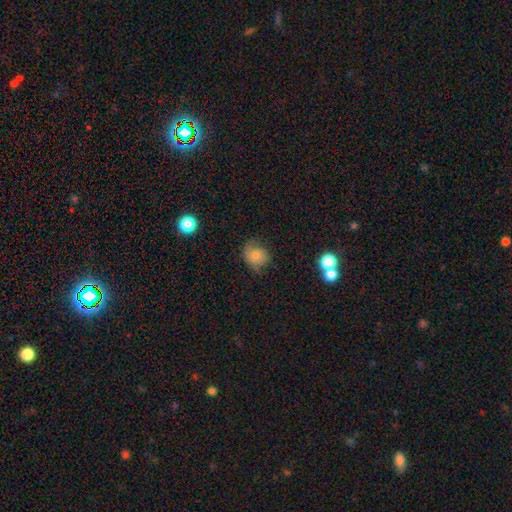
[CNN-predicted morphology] type=smooth (71%); roundness=round (68%); merging=none (55%).